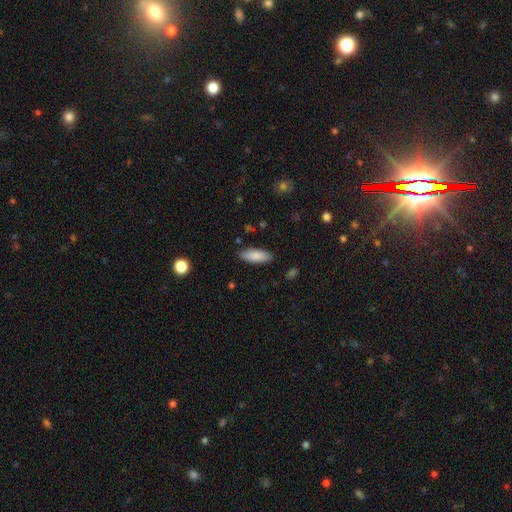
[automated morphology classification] Overall: smooth (87%). How rounded: in between (64%; cigar-shaped 34%). Merging: none (87%).